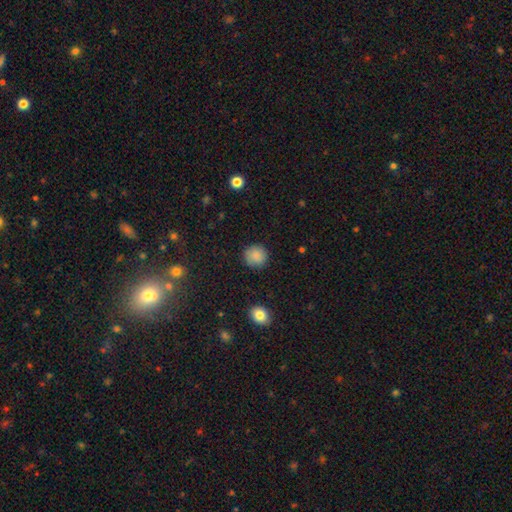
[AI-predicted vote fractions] Morphology: type=smooth (87%); roundness=round (92%); merging=none (89%).